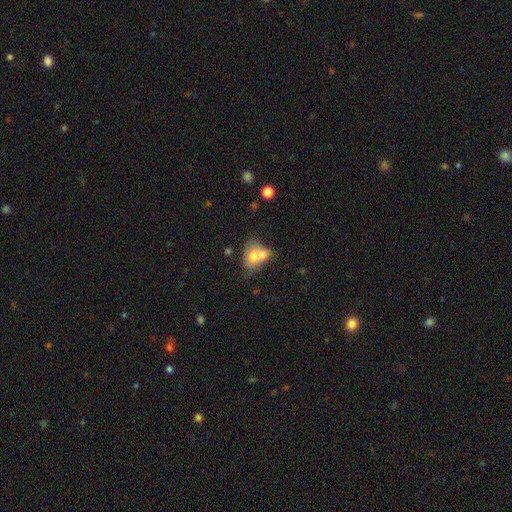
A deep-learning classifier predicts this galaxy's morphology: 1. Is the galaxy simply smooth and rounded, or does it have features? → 67% smooth, 24% featured or disk, 9% star or artifact.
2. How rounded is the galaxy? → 59% in between, 39% round, 1% cigar-shaped.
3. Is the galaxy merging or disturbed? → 66% merger, 21% none, 9% minor disturbance, 4% major disturbance.